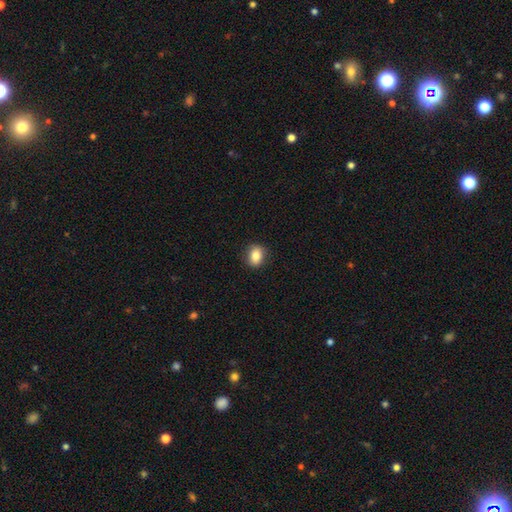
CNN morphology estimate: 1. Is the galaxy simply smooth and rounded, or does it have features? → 83% smooth, 9% star or artifact, 8% featured or disk.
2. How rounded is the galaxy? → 53% in between, 45% round, 1% cigar-shaped.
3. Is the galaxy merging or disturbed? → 88% none, 9% minor disturbance, 2% major disturbance, 1% merger.